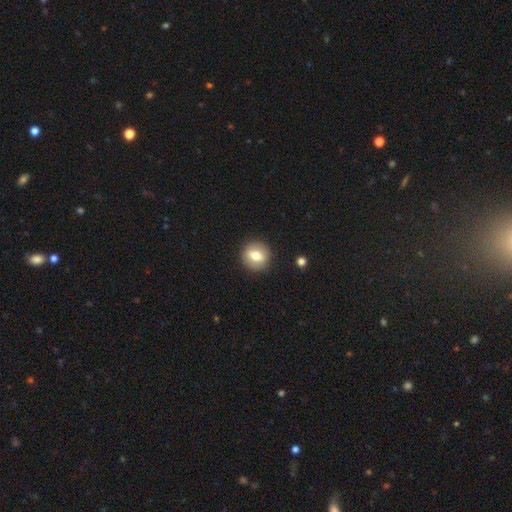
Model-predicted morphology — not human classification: Smooth or featured?
  - smooth: 66% *
  - featured or disk: 26%
  - star or artifact: 8%
How rounded?
  - round: 85% *
  - in between: 14%
  - cigar-shaped: 1%
Merging?
  - none: 90% *
  - minor disturbance: 7%
  - major disturbance: 2%
  - merger: 1%